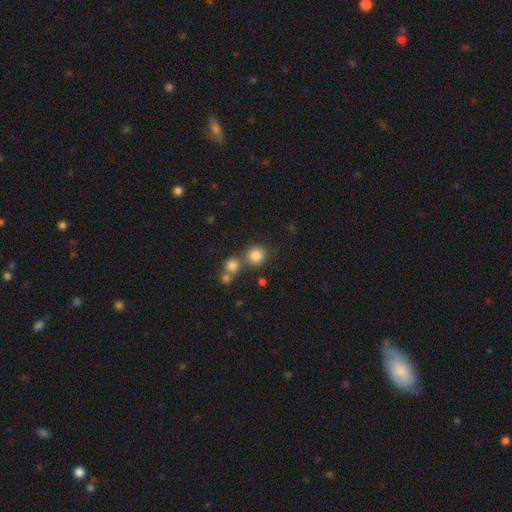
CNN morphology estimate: Q: Smooth or featured?
A: smooth (82%); runner-up: star or artifact (12%)
Q: How rounded?
A: round (90%); runner-up: in between (9%)
Q: Merging?
A: none (66%); runner-up: merger (22%)